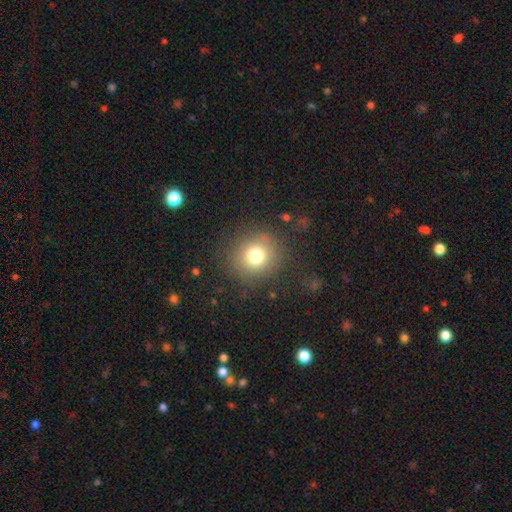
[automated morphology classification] A smooth galaxy with no disk features (75%) that is round (90%). Merging: none (84%).